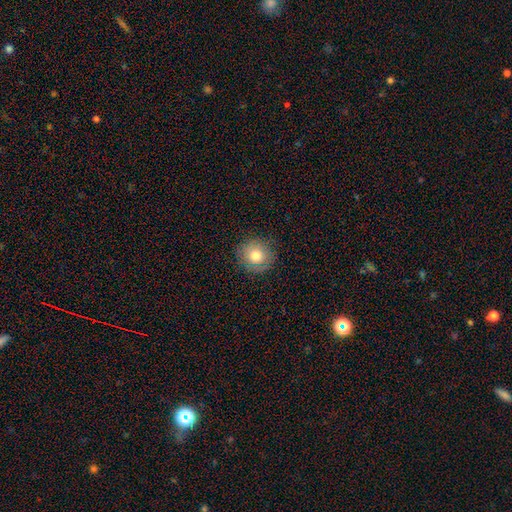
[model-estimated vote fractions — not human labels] The model was most divided on "smooth or featured": smooth: 76%, featured or disk: 14%, star or artifact: 10%. More confident: how rounded — round (91%); merging — none (86%).